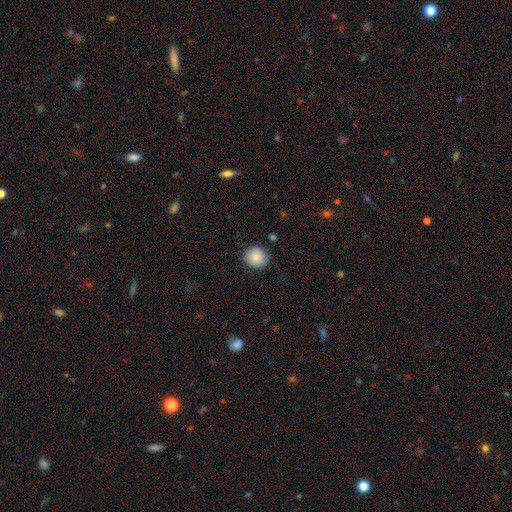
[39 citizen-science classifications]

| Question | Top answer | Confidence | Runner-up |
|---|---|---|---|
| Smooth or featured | smooth | 85% | star or artifact (10%) |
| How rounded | round | 94% | in between (6%) |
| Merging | none | 77% | minor disturbance (20%) |